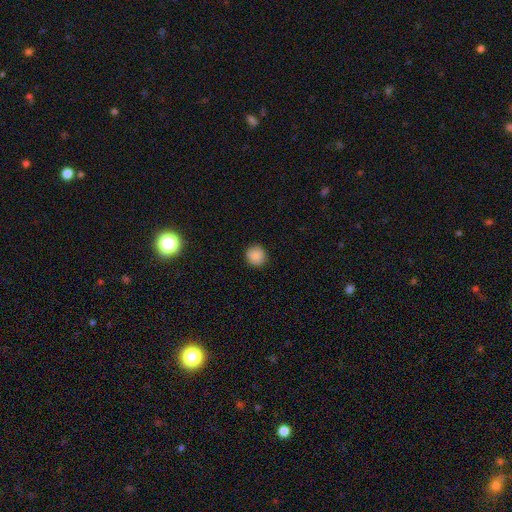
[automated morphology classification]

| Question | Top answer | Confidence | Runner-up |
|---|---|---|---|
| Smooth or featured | smooth | 87% | star or artifact (9%) |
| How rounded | round | 90% | in between (9%) |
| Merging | none | 90% | minor disturbance (7%) |